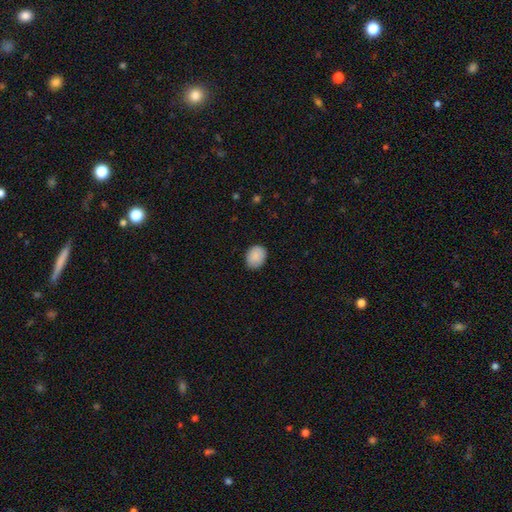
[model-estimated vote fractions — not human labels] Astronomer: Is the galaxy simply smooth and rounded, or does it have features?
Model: smooth — 89%.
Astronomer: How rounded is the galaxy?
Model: in between — 53% (runner-up: round, 46%).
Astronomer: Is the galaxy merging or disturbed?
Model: none — 85%.